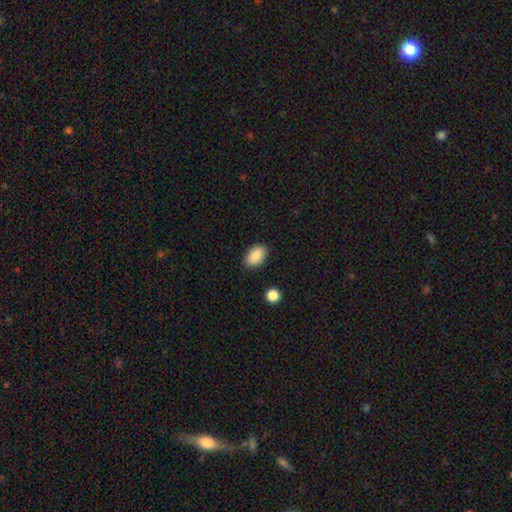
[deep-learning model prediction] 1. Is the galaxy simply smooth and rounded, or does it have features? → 87% smooth, 7% star or artifact, 5% featured or disk.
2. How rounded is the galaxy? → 90% in between, 9% round, 1% cigar-shaped.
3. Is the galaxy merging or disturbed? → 86% none, 10% minor disturbance, 2% major disturbance, 2% merger.